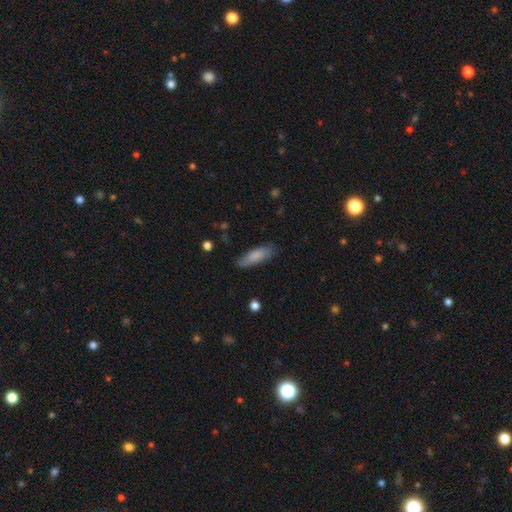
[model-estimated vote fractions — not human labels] Smooth or featured? Predicted: smooth (p=0.81). How rounded? Predicted: cigar-shaped (p=0.52). Merging? Predicted: none (p=0.78).